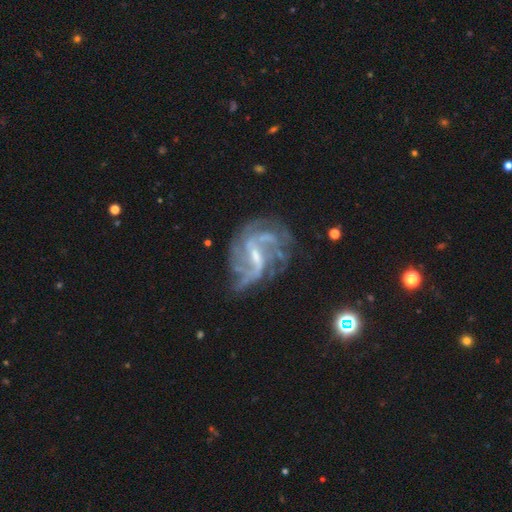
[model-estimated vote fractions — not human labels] Overall: featured or disk (88%). Edge-on disk: no (97%). Bar: weak (49%; strong 37%). Spiral arms: yes (94%). Spiral arm count: 2 (31%; can't tell 22%). Spiral winding: medium (43%; loose 38%). Bulge size: small (56%; moderate 29%). Merging: none (58%; minor disturbance 20%).